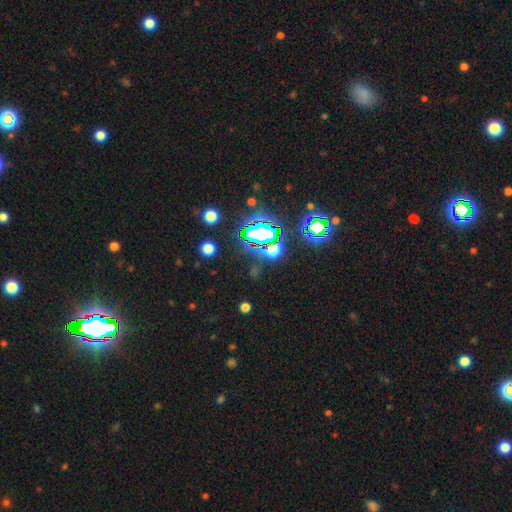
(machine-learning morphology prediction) A star or artifact, not a galaxy (82%).

Vote fractions:
- Smooth or featured? star or artifact: 82% / smooth: 11% / featured or disk: 7%